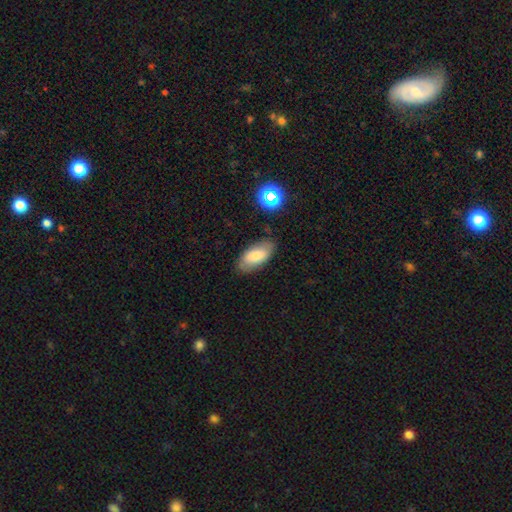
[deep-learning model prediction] This is likely a smooth galaxy (73%). How rounded: clearly in between (92%). Merging: likely none (79%).